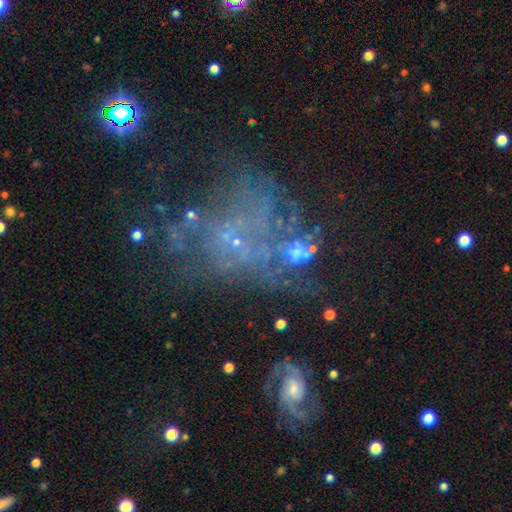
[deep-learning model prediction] smooth-or-featured: featured or disk: 49% | star or artifact: 31% | smooth: 20%
  merging: none: 39% | major disturbance: 30% | merger: 16% | minor disturbance: 15%